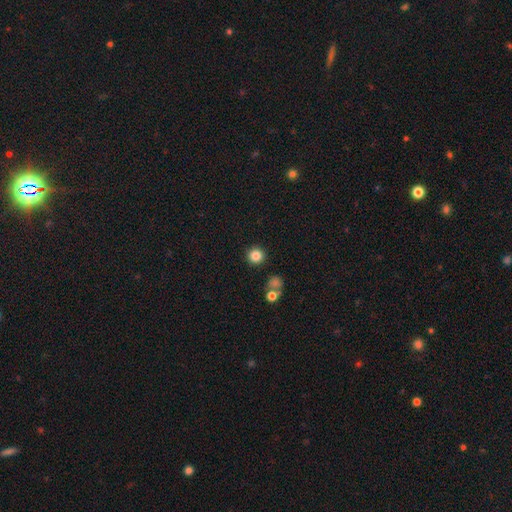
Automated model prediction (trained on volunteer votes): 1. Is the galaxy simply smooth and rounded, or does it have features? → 84% smooth, 12% star or artifact, 5% featured or disk.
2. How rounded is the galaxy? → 94% round, 5% in between, 1% cigar-shaped.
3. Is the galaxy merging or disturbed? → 90% none, 5% minor disturbance, 3% merger, 2% major disturbance.